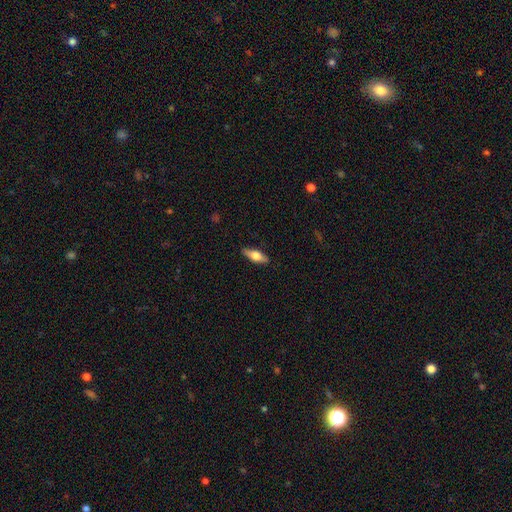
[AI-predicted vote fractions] The model was most divided on "smooth or featured": smooth: 57%, featured or disk: 37%, star or artifact: 6%. More confident: merging — none (87%); how rounded — in between (61%).